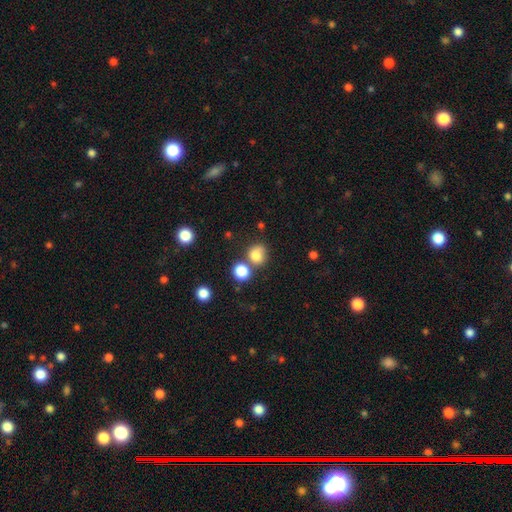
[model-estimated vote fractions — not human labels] Smooth or featured? smooth (80%)
How rounded? round (77%)
Merging? none (60%)